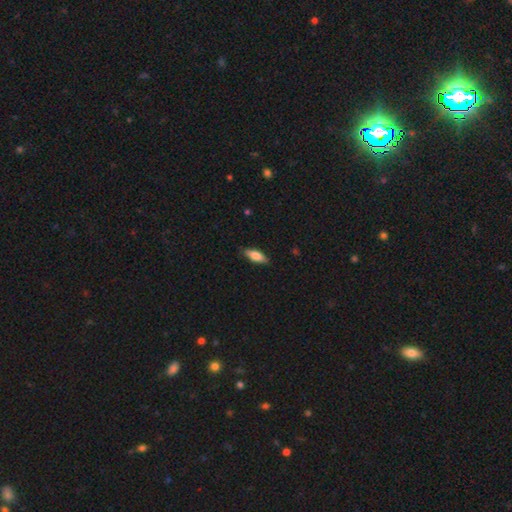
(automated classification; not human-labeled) smooth-or-featured: smooth: 74% | featured or disk: 20% | star or artifact: 6%
  how-rounded: in between: 71% | cigar-shaped: 26% | round: 2%
  merging: none: 85% | minor disturbance: 12% | major disturbance: 2% | merger: 1%